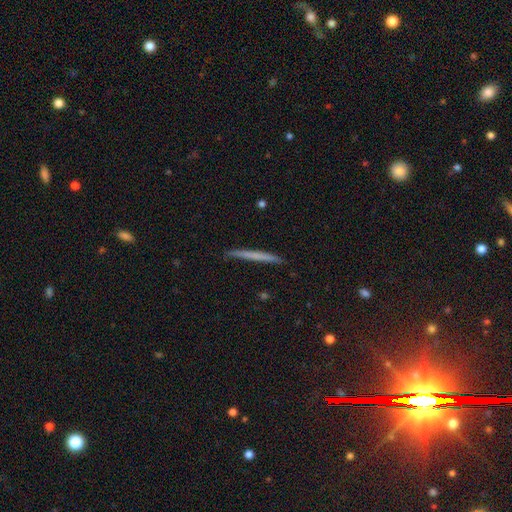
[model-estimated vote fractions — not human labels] Overall: smooth (57%; featured or disk 37%). How rounded: cigar-shaped (97%). Merging: none (89%).